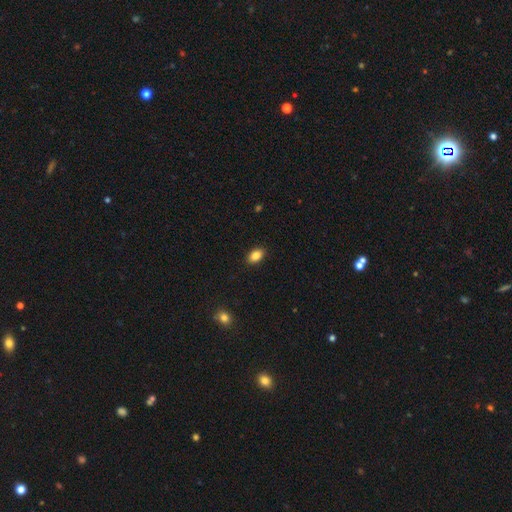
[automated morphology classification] The model was most divided on "how rounded": in between: 86%, round: 12%, cigar-shaped: 2%. More confident: merging — none (90%); smooth or featured — smooth (85%).